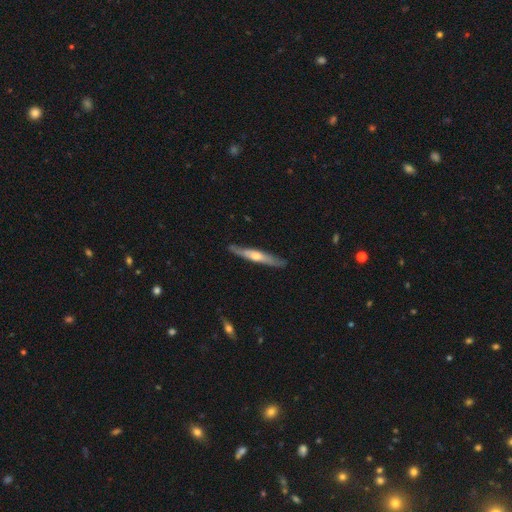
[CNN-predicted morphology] Smooth or featured? featured or disk (62%)
Edge-on disk? yes (92%)
Edge-on bulge? rounded (82%)
Merging? none (84%)